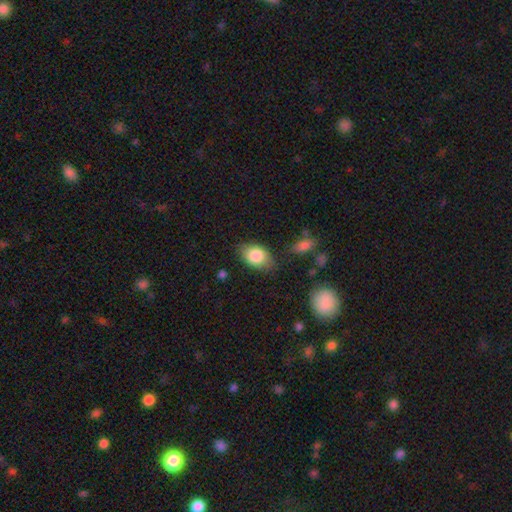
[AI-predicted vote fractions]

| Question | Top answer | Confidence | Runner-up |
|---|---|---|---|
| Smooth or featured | smooth | 83% | featured or disk (10%) |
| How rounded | in between | 84% | round (14%) |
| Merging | none | 74% | minor disturbance (19%) |